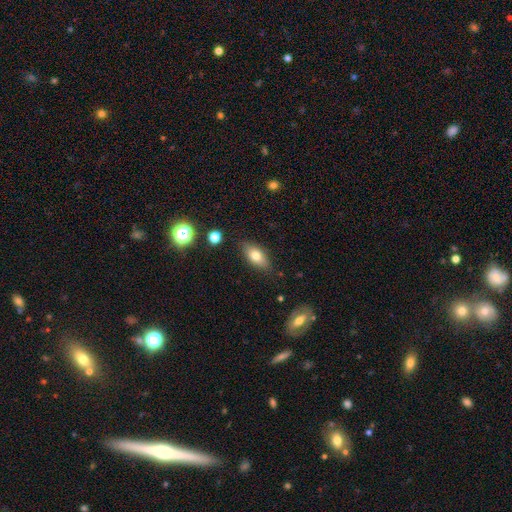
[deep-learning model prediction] Smooth or featured?
  - smooth: 74% *
  - featured or disk: 18%
  - star or artifact: 8%
How rounded?
  - in between: 85% *
  - cigar-shaped: 10%
  - round: 5%
Merging?
  - none: 83% *
  - minor disturbance: 13%
  - major disturbance: 3%
  - merger: 2%